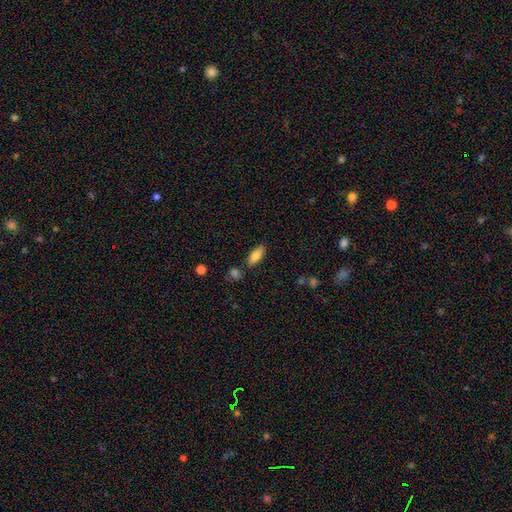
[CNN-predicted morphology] Smooth or featured?
  - smooth: 81% *
  - featured or disk: 12%
  - star or artifact: 7%
How rounded?
  - in between: 79% *
  - cigar-shaped: 18%
  - round: 3%
Merging?
  - none: 81% *
  - minor disturbance: 11%
  - merger: 5%
  - major disturbance: 3%